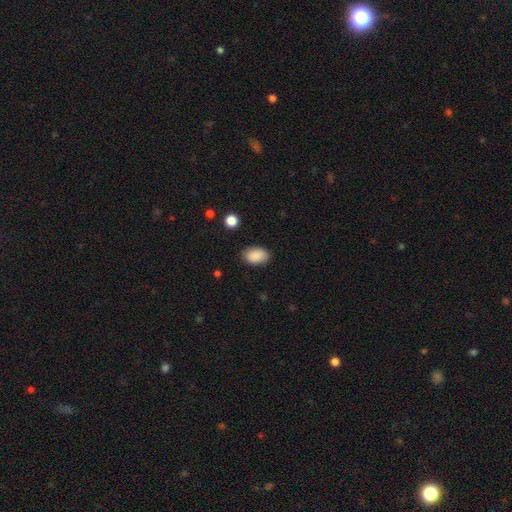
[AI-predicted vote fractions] This appears to be a smooth galaxy with no disk features (89%) that is in between round and cigar-shaped (89%). Merging: none (83%).